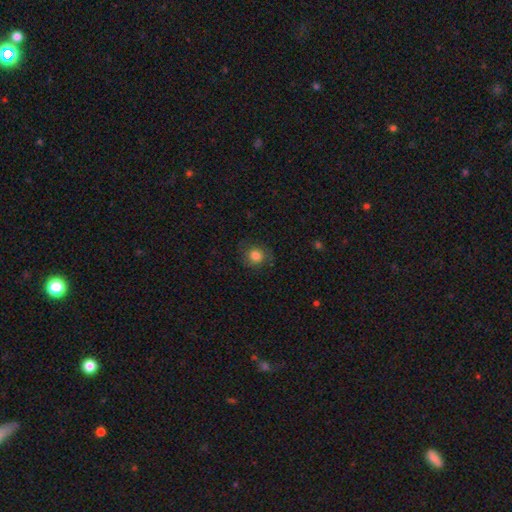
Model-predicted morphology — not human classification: A smooth galaxy with no disk features (79%) that is round (84%).

Vote fractions:
- Smooth or featured? smooth: 79% / star or artifact: 11% / featured or disk: 10%
- How rounded? round: 84% / in between: 15% / cigar-shaped: 1%
- Merging? none: 79% / minor disturbance: 14% / major disturbance: 6% / merger: 1%